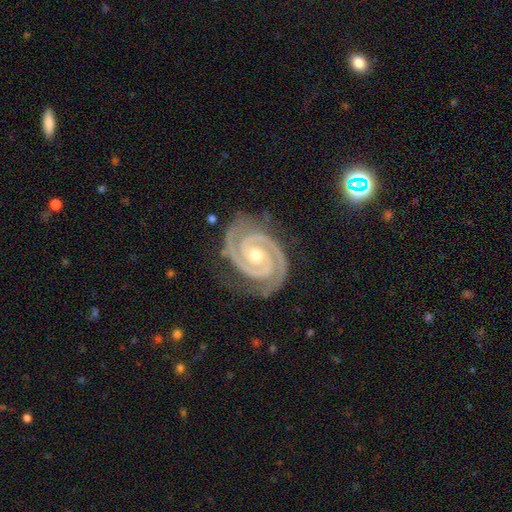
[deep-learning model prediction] Smooth or featured? featured or disk (94%)
Edge-on disk? no (98%)
Bar? no (65%)
Spiral arms? yes (99%)
Spiral winding? tight (79%)
Spiral arm count? 2 (92%)
Bulge size? moderate (50%)
Merging? none (82%)